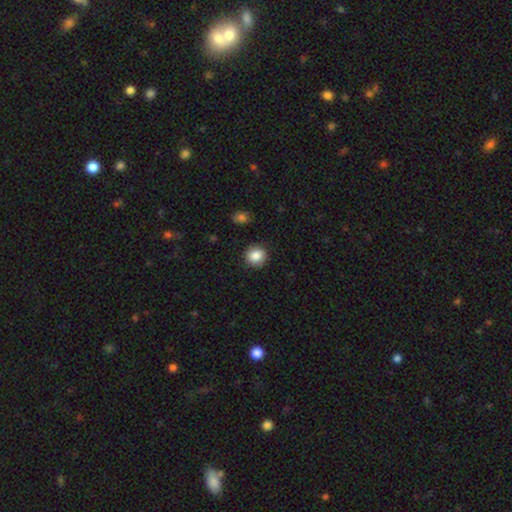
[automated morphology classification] type=smooth (86%); roundness=round (86%); merging=none (89%).